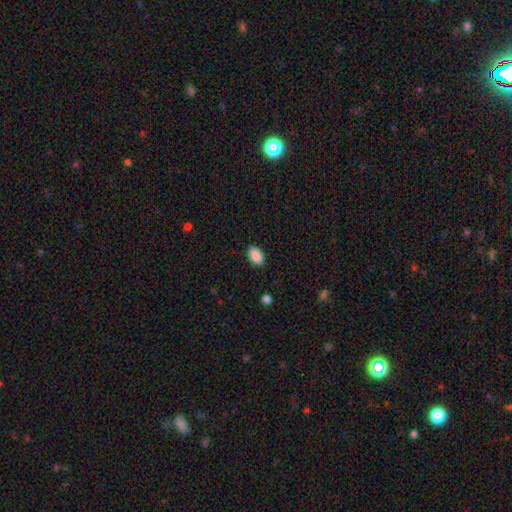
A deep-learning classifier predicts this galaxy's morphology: smooth_or_featured: smooth (p=0.89) [alt: star or artifact p=0.07]
how_rounded: in between (p=0.90) [alt: round p=0.08]
merging: none (p=0.87) [alt: minor disturbance p=0.10]